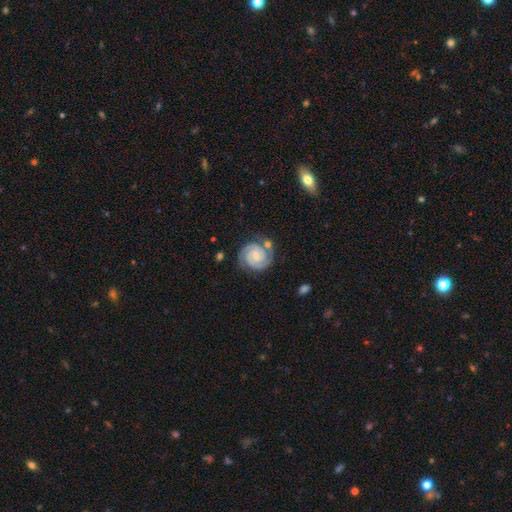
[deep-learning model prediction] featured or disk 89%, smooth 6%, star or artifact 5%. Down the decision tree: edge-on disk — no (98%); bar — no (58%); spiral arms — yes (98%); spiral arm count — 2 (83%); spiral winding — tight (78%); bulge size — small (63%); merging — none (76%).